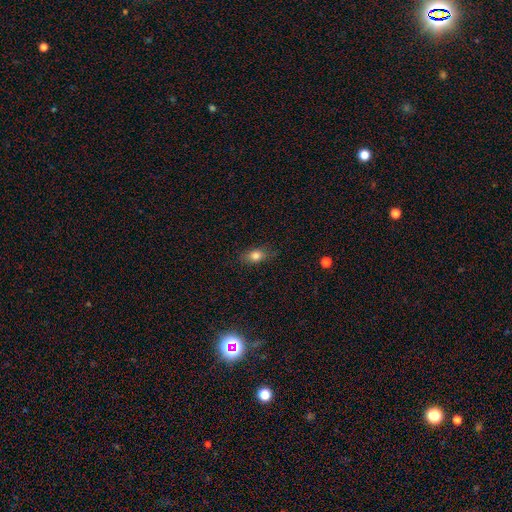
smooth 86%, featured or disk 8%, star or artifact 5%. Down the decision tree: how rounded — in between (59%); merging — none (77%).